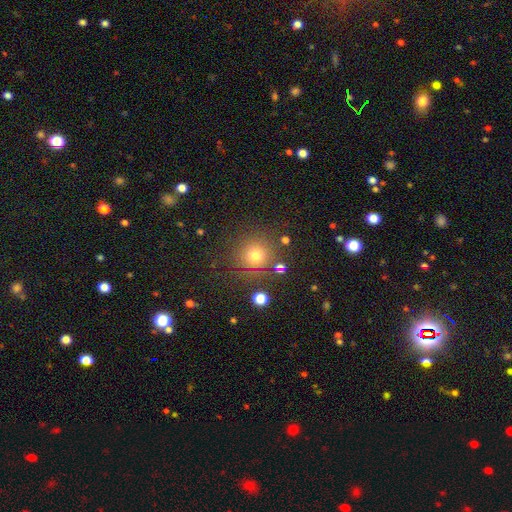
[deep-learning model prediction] Morphology: type=smooth (70%); roundness=round (92%); merging=none (82%).